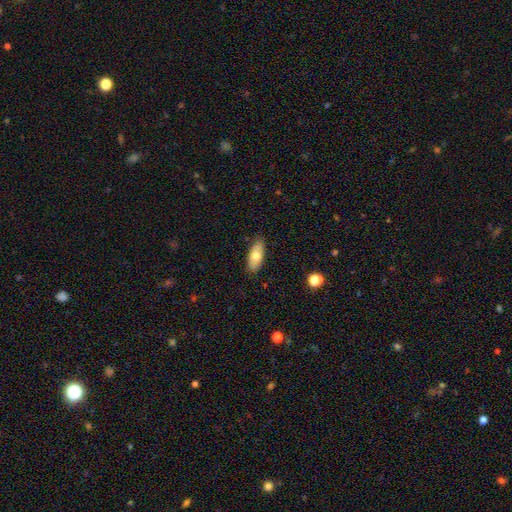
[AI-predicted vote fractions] Smooth or featured: smooth — 73% (featured or disk — 21%)
How rounded: in between — 82% (cigar-shaped — 16%)
Merging: none — 86% (minor disturbance — 11%)